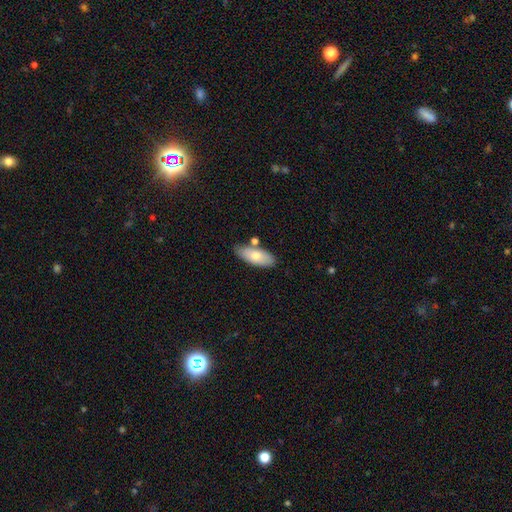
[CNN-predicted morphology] smooth-or-featured: smooth: 73% | featured or disk: 21% | star or artifact: 6%
  how-rounded: in between: 83% | cigar-shaped: 14% | round: 2%
  merging: none: 72% | minor disturbance: 15% | merger: 11% | major disturbance: 3%